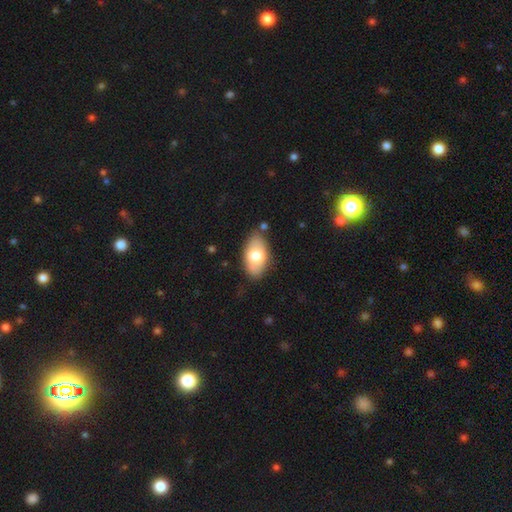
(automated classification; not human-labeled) Smooth or featured? Predicted: smooth (p=0.71). How rounded? Predicted: in between (p=0.93). Merging? Predicted: none (p=0.76).